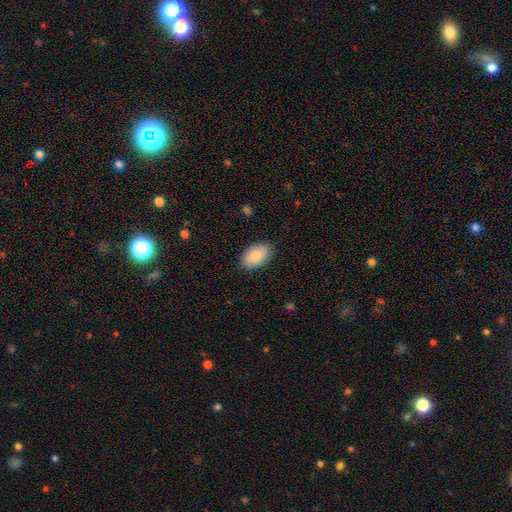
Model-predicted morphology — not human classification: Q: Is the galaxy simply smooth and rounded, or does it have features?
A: smooth — 87%.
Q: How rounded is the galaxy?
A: in between — 93%.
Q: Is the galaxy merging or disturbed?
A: none — 87%.